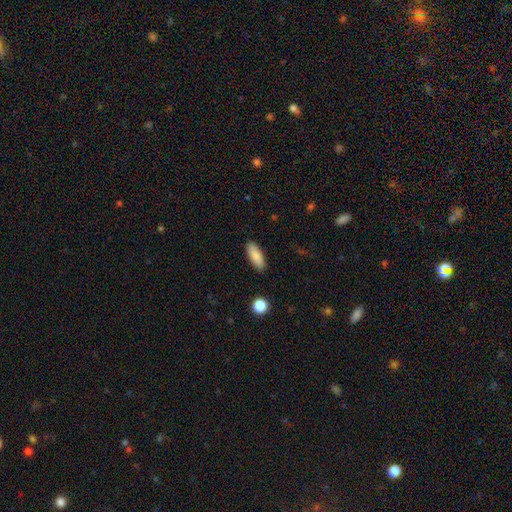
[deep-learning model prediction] smooth 87%, star or artifact 7%, featured or disk 6%. Down the decision tree: how rounded — in between (71%); merging — none (89%).